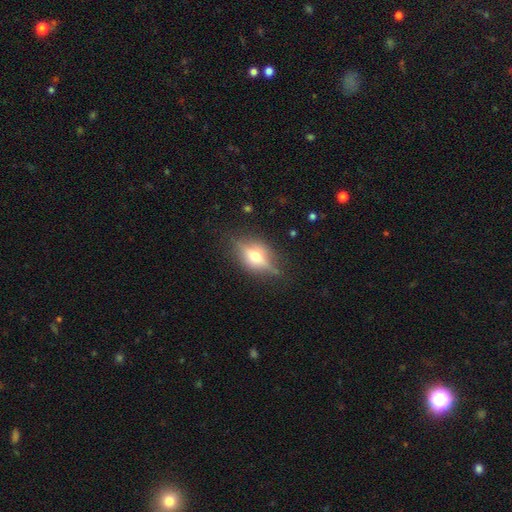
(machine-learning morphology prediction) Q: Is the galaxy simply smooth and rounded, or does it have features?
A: featured or disk — 57%.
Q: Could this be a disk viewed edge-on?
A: yes — 85%.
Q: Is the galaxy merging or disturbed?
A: none — 77%.